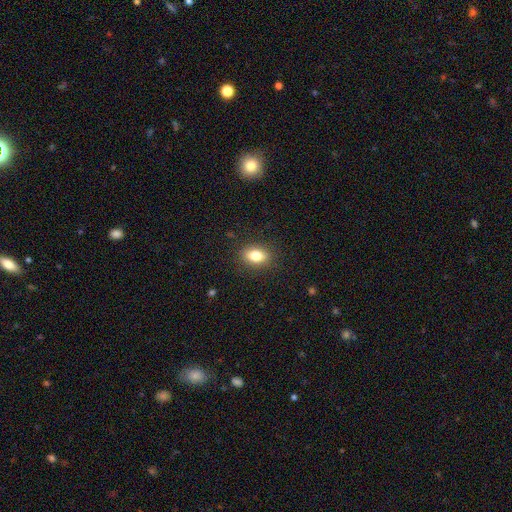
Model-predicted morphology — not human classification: This appears to be a smooth galaxy with no disk features (81%) that is in between round and cigar-shaped (80%). Merging: none (88%).